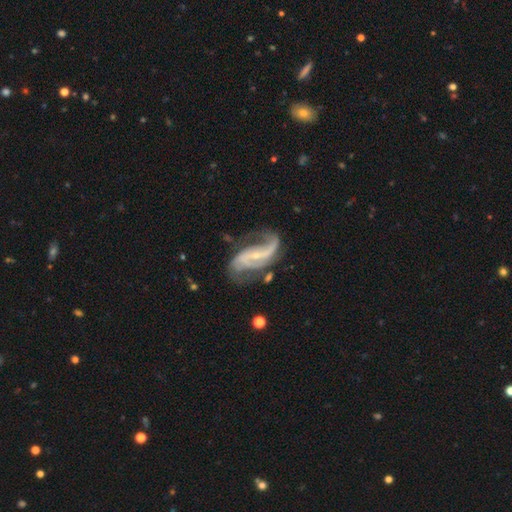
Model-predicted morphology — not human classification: Smooth or featured: featured or disk — 89% (star or artifact — 6%)
Edge-on disk: no — 96% (yes — 4%)
Bar: weak — 34% (tied with no — 34%)
Spiral arms: yes — 96% (no — 4%)
Spiral winding: loose — 47% (medium — 39%)
Spiral arm count: 2 — 82% (3 — 5%)
Bulge size: small — 78% (moderate — 16%)
Merging: none — 54% (minor disturbance — 23%)